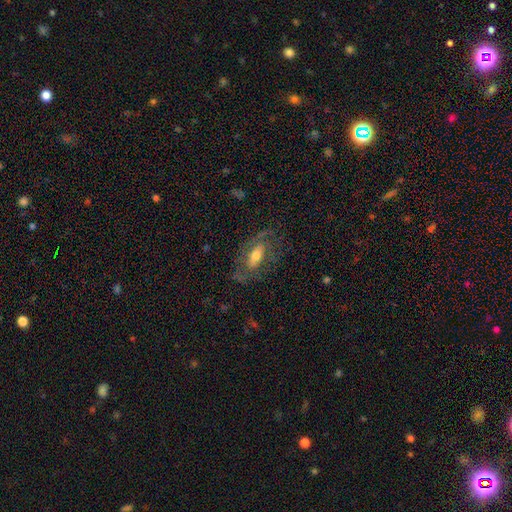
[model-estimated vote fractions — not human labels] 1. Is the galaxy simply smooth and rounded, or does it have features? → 58% featured or disk, 34% smooth, 8% star or artifact.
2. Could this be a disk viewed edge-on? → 84% no, 16% yes.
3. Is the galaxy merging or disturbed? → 64% none, 18% minor disturbance, 16% major disturbance, 2% merger.